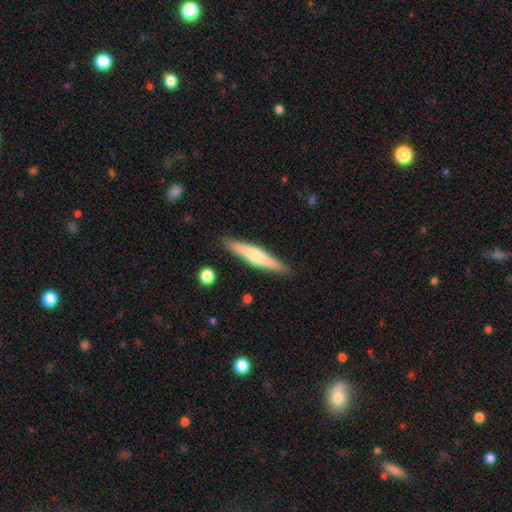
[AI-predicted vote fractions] Morphology: type=smooth (52%); roundness=cigar-shaped (89%); merging=none (89%).